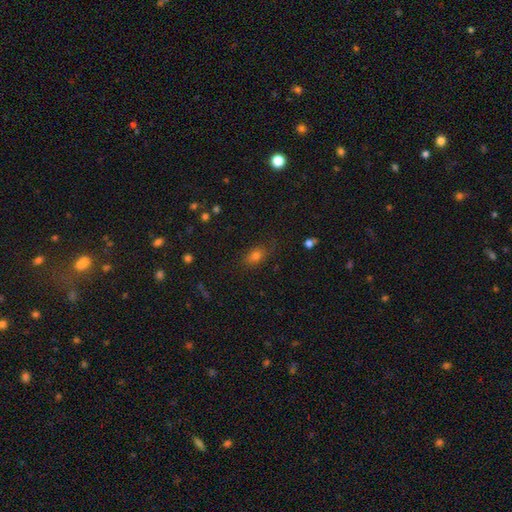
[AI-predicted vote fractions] Smooth or featured? smooth (72%)
How rounded? in between (71%)
Merging? none (76%)